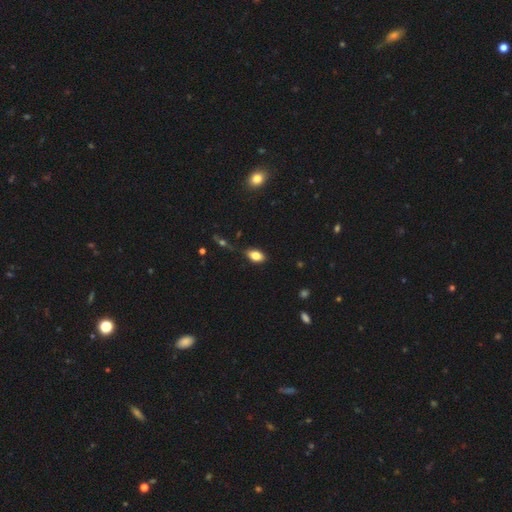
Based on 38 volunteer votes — A smooth galaxy with no disk features (76%) that is in between round and cigar-shaped (86%). Merging: none (57%).